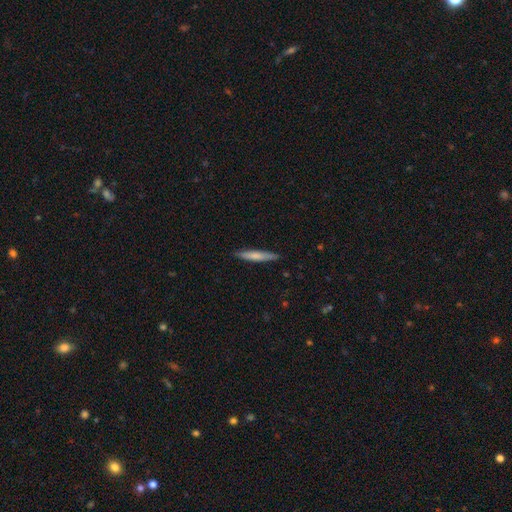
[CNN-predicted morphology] This appears to be a smooth galaxy with no disk features (70%) that is cigar-shaped (92%). Merging: none (89%).